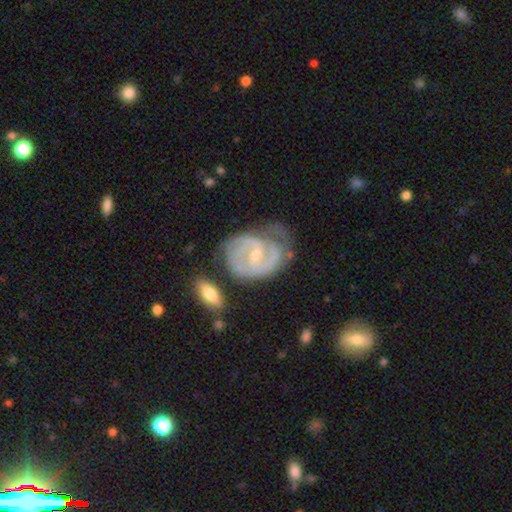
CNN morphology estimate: This appears to be a featured or disk galaxy (86%) with a weak bar (50%), 2 (56%) tight (51%) spiral arms (94%) and a small central bulge (60%). Merging: none (49%).